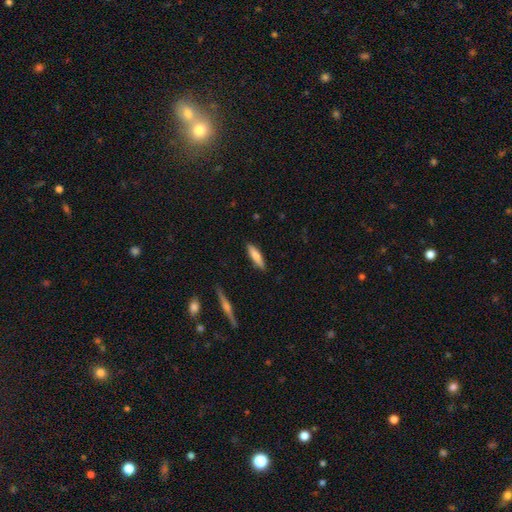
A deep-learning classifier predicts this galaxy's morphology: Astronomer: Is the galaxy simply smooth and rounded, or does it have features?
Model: smooth — 77%.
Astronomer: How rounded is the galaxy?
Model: cigar-shaped — 66%.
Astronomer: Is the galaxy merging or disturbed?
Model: none — 85%.